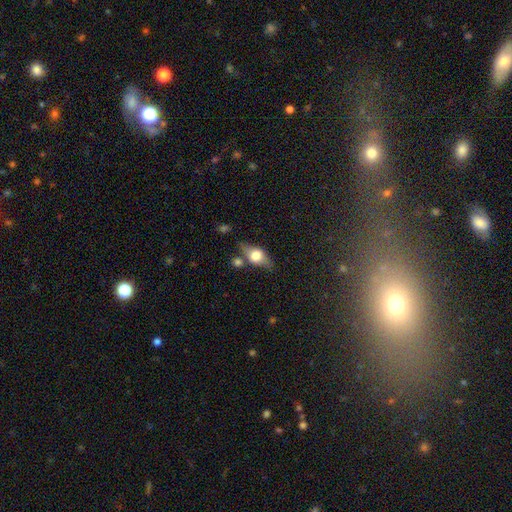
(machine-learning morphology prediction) type=smooth (51%); roundness=in between (71%); merging=none (64%).